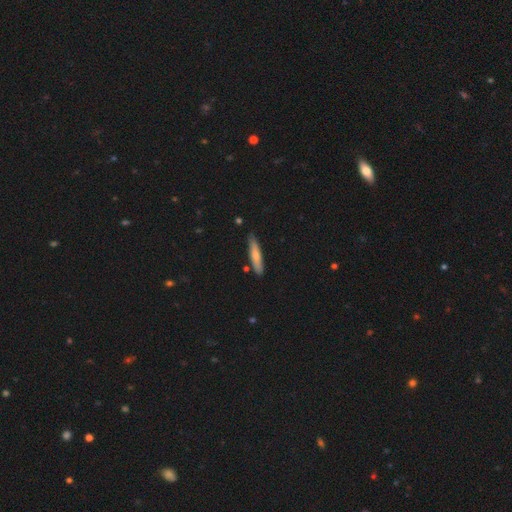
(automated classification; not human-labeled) Q: Smooth or featured?
A: smooth (71%); runner-up: featured or disk (24%)
Q: How rounded?
A: cigar-shaped (88%); runner-up: in between (11%)
Q: Merging?
A: none (81%); runner-up: minor disturbance (14%)